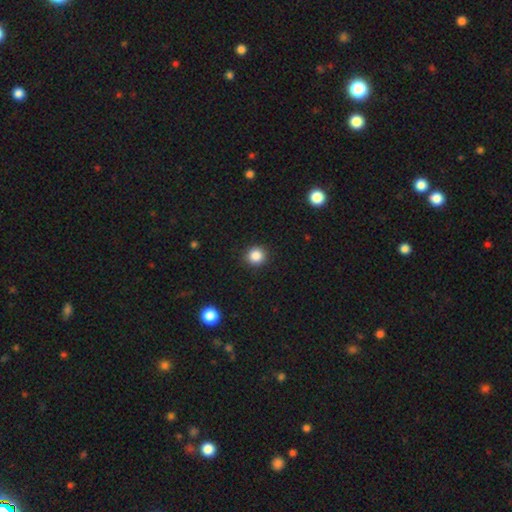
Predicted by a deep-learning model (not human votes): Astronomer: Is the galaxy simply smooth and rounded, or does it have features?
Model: smooth — 86%.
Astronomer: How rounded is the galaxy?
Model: round — 91%.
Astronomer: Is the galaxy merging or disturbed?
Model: none — 91%.